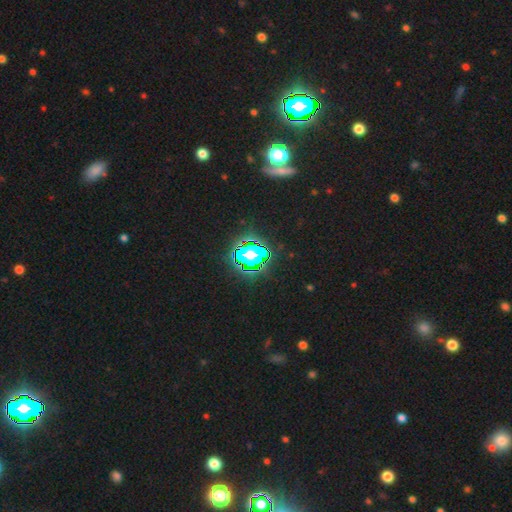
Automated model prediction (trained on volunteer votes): Smooth or featured? Predicted: star or artifact (p=0.63).